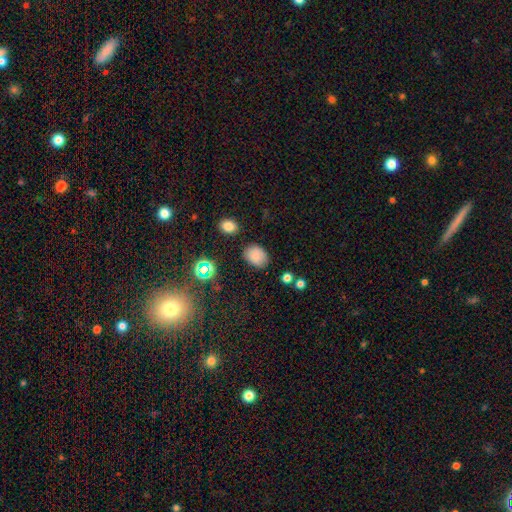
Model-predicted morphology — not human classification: Smooth or featured? Predicted: smooth (p=0.80). How rounded? Predicted: in between (p=0.69). Merging? Predicted: none (p=0.80).